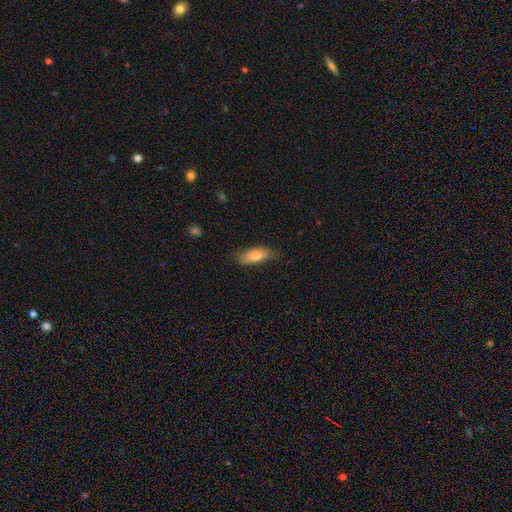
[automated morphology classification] Smooth or featured? Predicted: smooth (p=0.79). How rounded? Predicted: in between (p=0.69). Merging? Predicted: none (p=0.76).